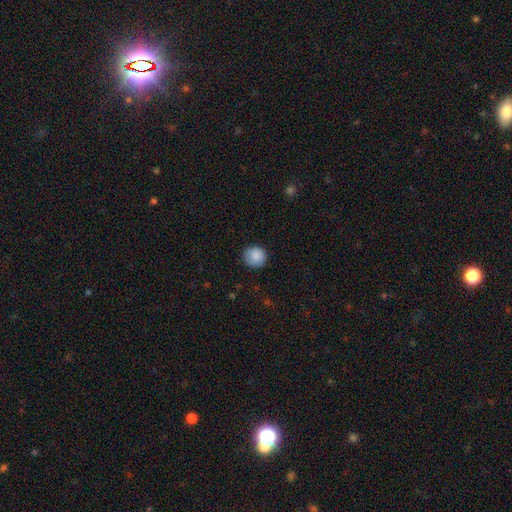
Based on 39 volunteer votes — Smooth or featured: smooth — 92% (star or artifact — 5%)
How rounded: round — 92% (in between — 8%)
Merging: none — 78% (minor disturbance — 14%)